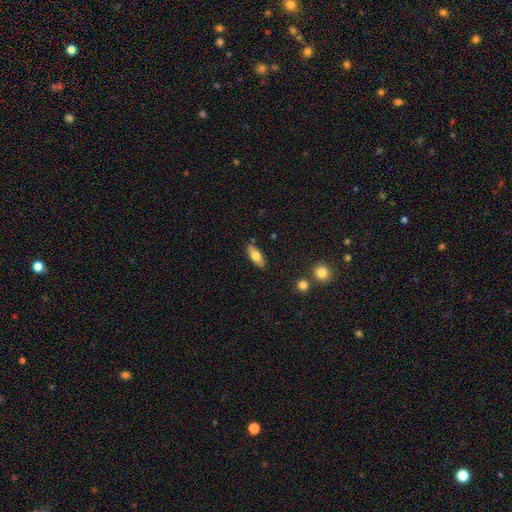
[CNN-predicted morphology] This appears to be a smooth galaxy with no disk features (68%) that is in between round and cigar-shaped (71%). Merging: none (85%).